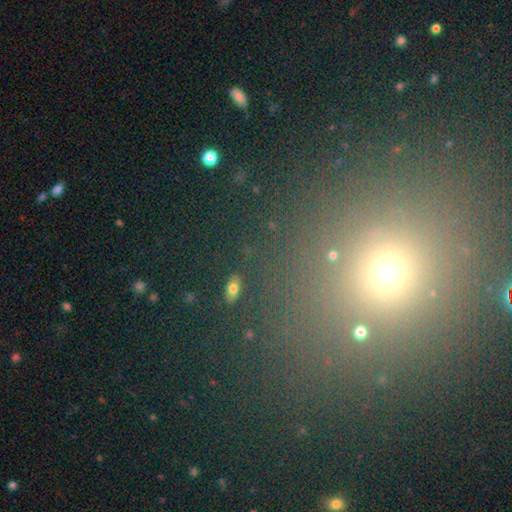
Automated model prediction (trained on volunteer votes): A star or artifact, not a galaxy (47%).